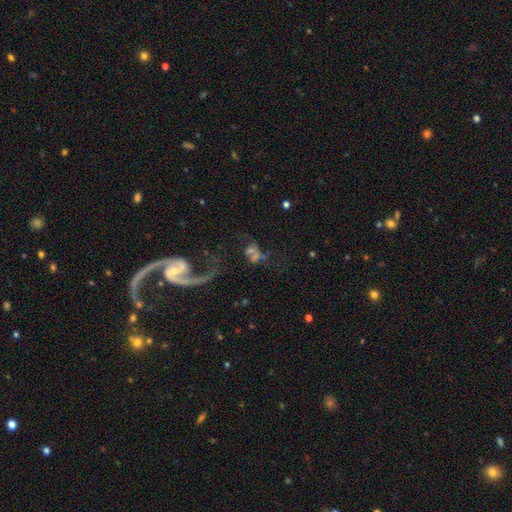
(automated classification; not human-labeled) Smooth or featured? Predicted: featured or disk (p=0.61). Edge-on disk? Predicted: no (p=0.96). Bar? Predicted: no (p=0.56). Spiral arms? Predicted: yes (p=0.76). Bulge size? Predicted: small (p=0.50). Merging? Predicted: none (p=0.33).